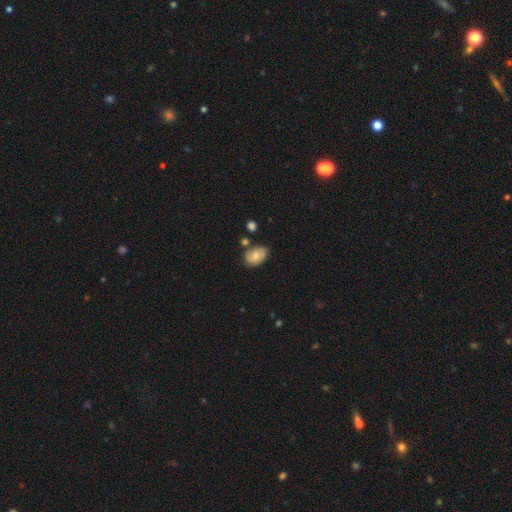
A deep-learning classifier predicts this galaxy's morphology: A smooth galaxy with no disk features (56%) that is in between round and cigar-shaped (79%). Merging: none (61%).